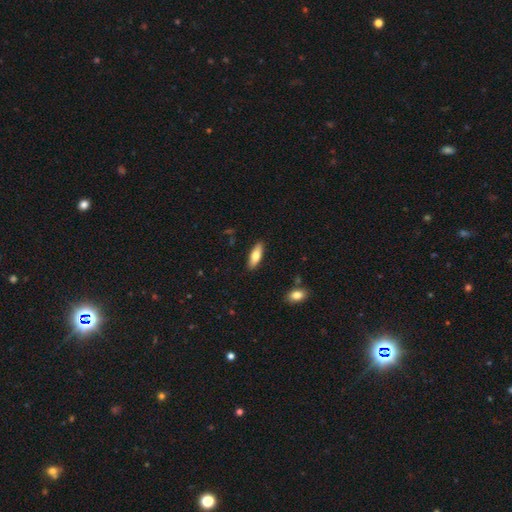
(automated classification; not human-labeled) A smooth galaxy with no disk features (72%) that is in between round and cigar-shaped (60%).

Vote fractions:
- Smooth or featured? smooth: 72% / featured or disk: 22% / star or artifact: 6%
- How rounded? in between: 60% / cigar-shaped: 38% / round: 2%
- Merging? none: 88% / minor disturbance: 9% / major disturbance: 2% / merger: 1%